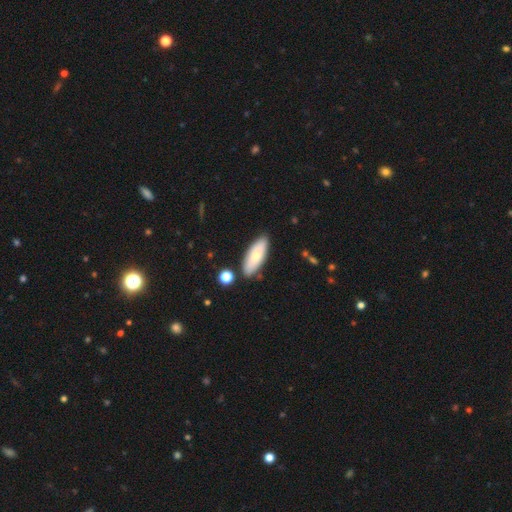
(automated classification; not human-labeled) Smooth or featured? Predicted: smooth (p=0.72). How rounded? Predicted: in between (p=0.73). Merging? Predicted: none (p=0.82).